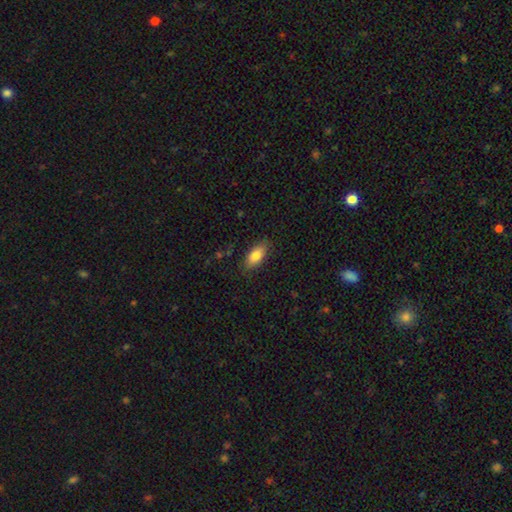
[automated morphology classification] Smooth or featured? Predicted: smooth (p=0.82). How rounded? Predicted: in between (p=0.87). Merging? Predicted: none (p=0.83).